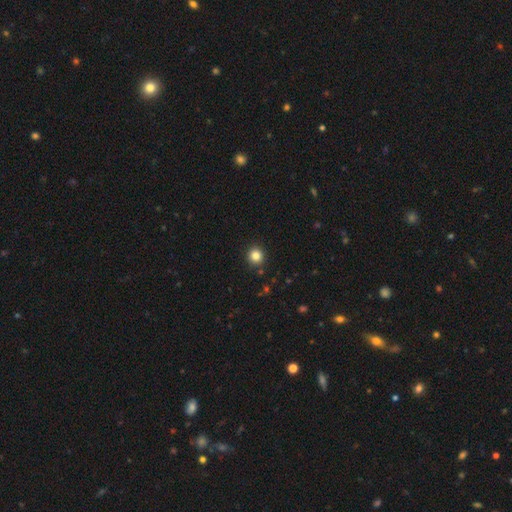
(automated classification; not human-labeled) Smooth or featured? Predicted: smooth (p=0.84). How rounded? Predicted: round (p=0.92). Merging? Predicted: none (p=0.91).